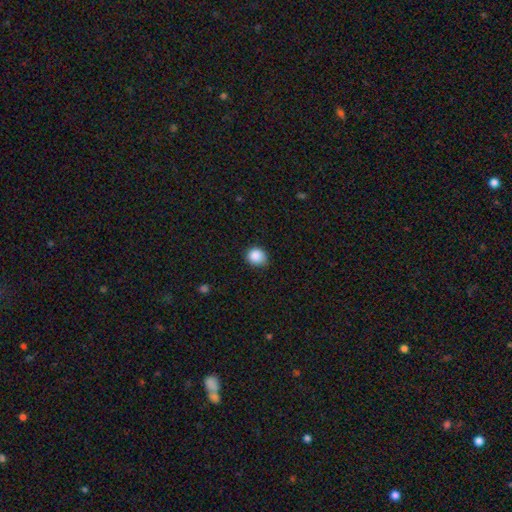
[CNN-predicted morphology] smooth 87%, star or artifact 9%, featured or disk 3%. Down the decision tree: how rounded — round (78%); merging — none (74%).